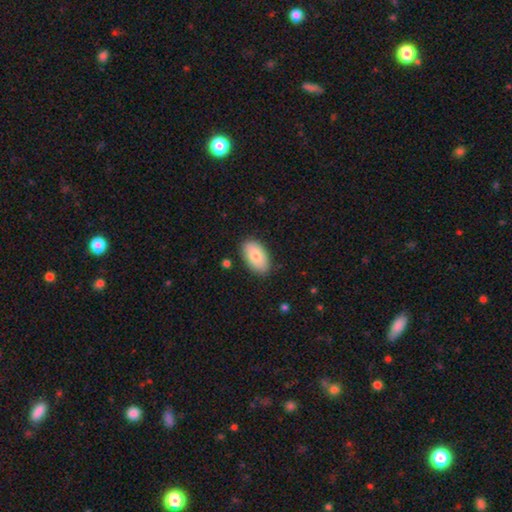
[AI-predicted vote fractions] smooth-or-featured: smooth: 82% | featured or disk: 12% | star or artifact: 6%
  how-rounded: in between: 94% | round: 4% | cigar-shaped: 2%
  merging: none: 84% | minor disturbance: 12% | major disturbance: 2% | merger: 1%